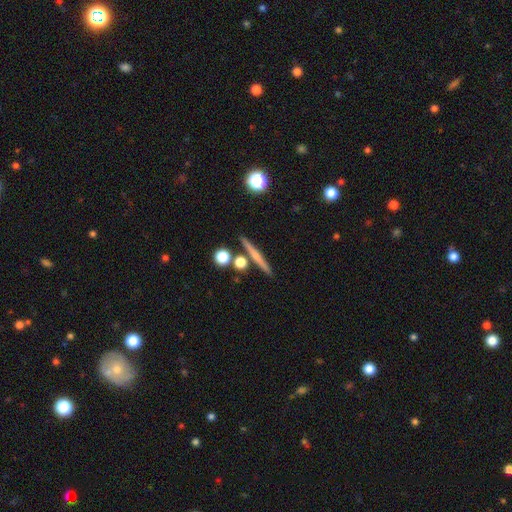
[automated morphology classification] Overall: featured or disk (50%; smooth 42%). Merging: none (83%).